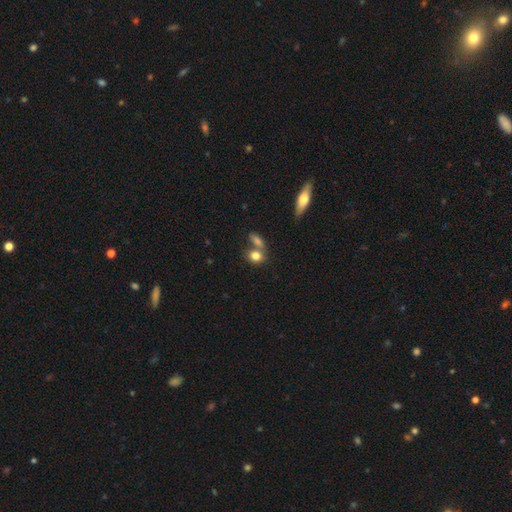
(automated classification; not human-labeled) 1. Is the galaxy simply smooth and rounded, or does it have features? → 80% smooth, 10% star or artifact, 10% featured or disk.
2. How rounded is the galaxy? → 51% in between, 46% round, 3% cigar-shaped.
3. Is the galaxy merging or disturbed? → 46% none, 39% merger, 11% minor disturbance, 5% major disturbance.